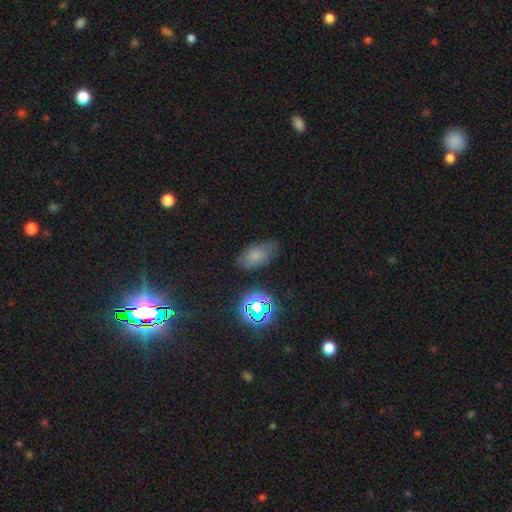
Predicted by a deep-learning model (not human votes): smooth-or-featured: smooth: 63% | star or artifact: 21% | featured or disk: 15%
  how-rounded: in between: 91% | round: 7% | cigar-shaped: 2%
  merging: none: 72% | minor disturbance: 20% | major disturbance: 6% | merger: 2%